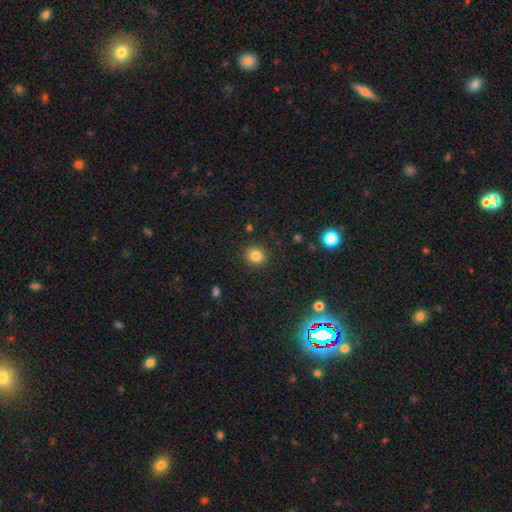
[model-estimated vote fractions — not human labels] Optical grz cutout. It shows a smooth galaxy with no disk features (83%) that is round (90%). Merging: none (91%).